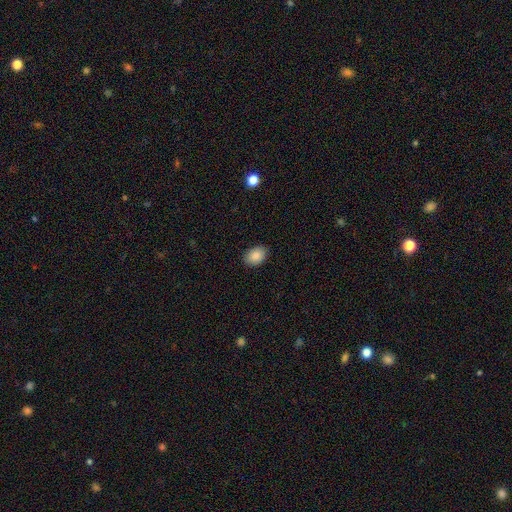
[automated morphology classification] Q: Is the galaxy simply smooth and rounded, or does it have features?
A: smooth — 88%.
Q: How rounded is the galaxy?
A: in between — 79%.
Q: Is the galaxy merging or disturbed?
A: none — 87%.